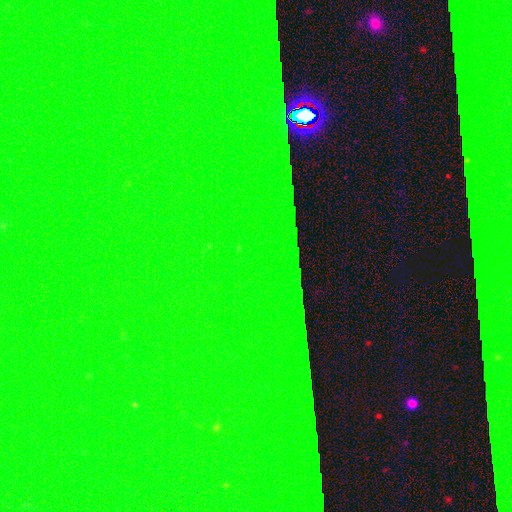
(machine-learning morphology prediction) Smooth or featured?
  - star or artifact: 88% *
  - featured or disk: 7%
  - smooth: 5%